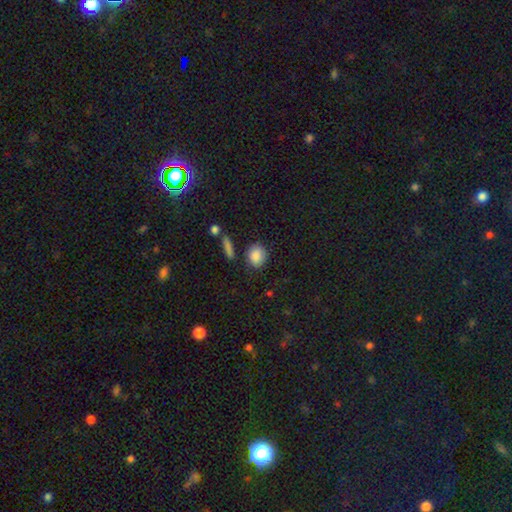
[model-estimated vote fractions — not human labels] smooth 86%, star or artifact 8%, featured or disk 6%. Down the decision tree: how rounded — round (66%); merging — none (77%).